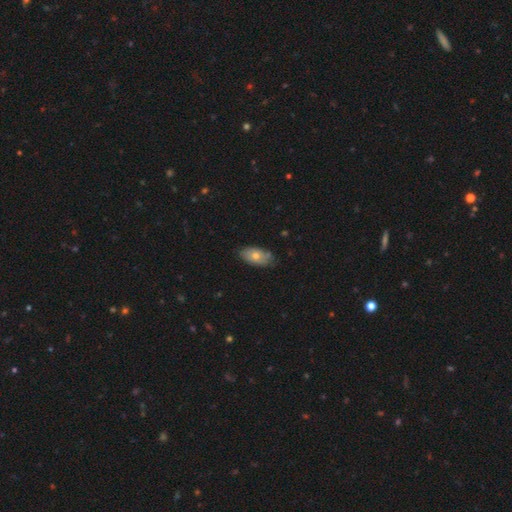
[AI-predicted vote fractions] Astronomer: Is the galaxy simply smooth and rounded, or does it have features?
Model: smooth — 63%.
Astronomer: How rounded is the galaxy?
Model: in between — 91%.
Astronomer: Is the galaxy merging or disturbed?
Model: none — 76%.